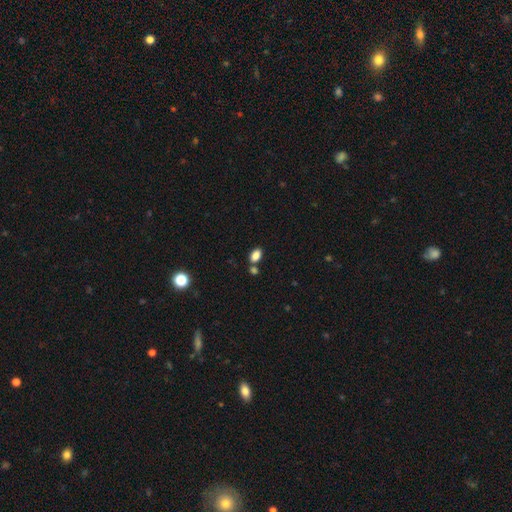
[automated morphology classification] smooth_or_featured: smooth (p=0.85) [alt: star or artifact p=0.11]
how_rounded: in between (p=0.86) [alt: round p=0.12]
merging: none (p=0.67) [alt: merger p=0.19]